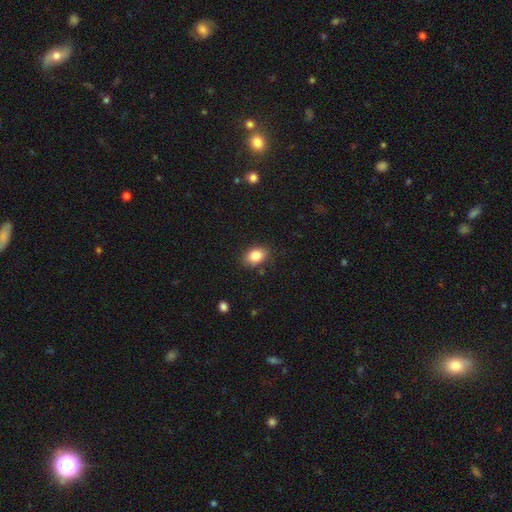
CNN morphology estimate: The model was most divided on "how rounded": in between: 78%, round: 21%, cigar-shaped: 1%. More confident: smooth or featured — smooth (84%); merging — none (82%).